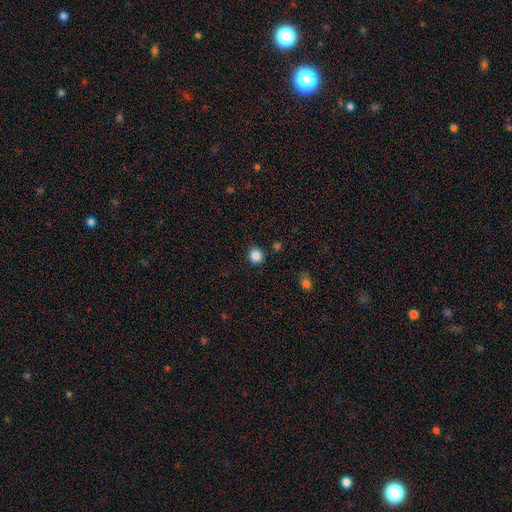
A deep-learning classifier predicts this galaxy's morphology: A smooth galaxy with no disk features (85%) that is round (89%).

Vote fractions:
- Smooth or featured? smooth: 85% / star or artifact: 11% / featured or disk: 4%
- How rounded? round: 89% / in between: 10% / cigar-shaped: 1%
- Merging? none: 86% / minor disturbance: 9% / major disturbance: 2% / merger: 2%